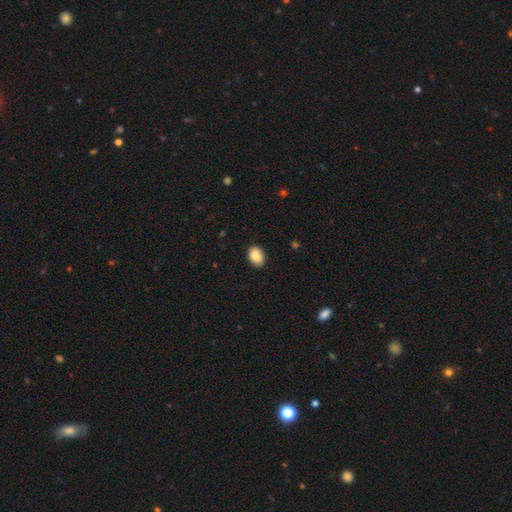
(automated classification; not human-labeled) smooth_or_featured: smooth (p=0.90) [alt: star or artifact p=0.07]
how_rounded: in between (p=0.83) [alt: round p=0.16]
merging: none (p=0.89) [alt: minor disturbance p=0.08]